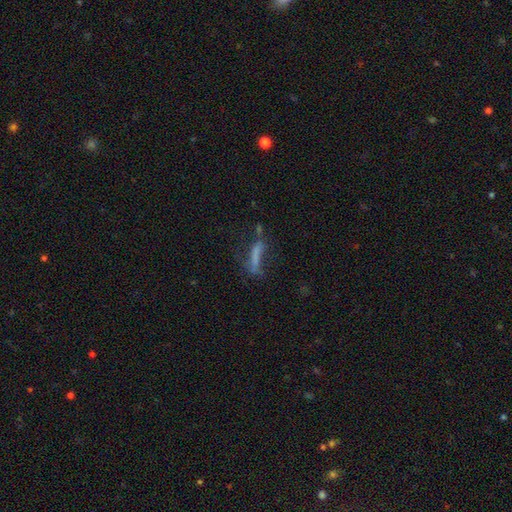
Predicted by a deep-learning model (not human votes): Smooth or featured? Predicted: smooth (p=0.47). Merging? Predicted: none (p=0.35).